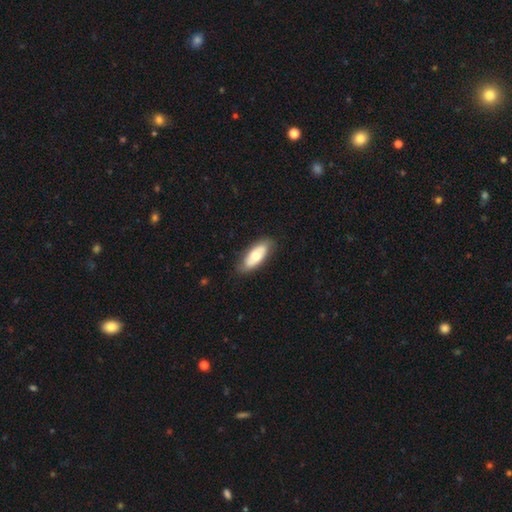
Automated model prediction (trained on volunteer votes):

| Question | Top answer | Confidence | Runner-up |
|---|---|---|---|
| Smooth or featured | smooth | 60% | featured or disk (35%) |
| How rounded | in between | 84% | cigar-shaped (14%) |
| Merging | none | 83% | minor disturbance (13%) |